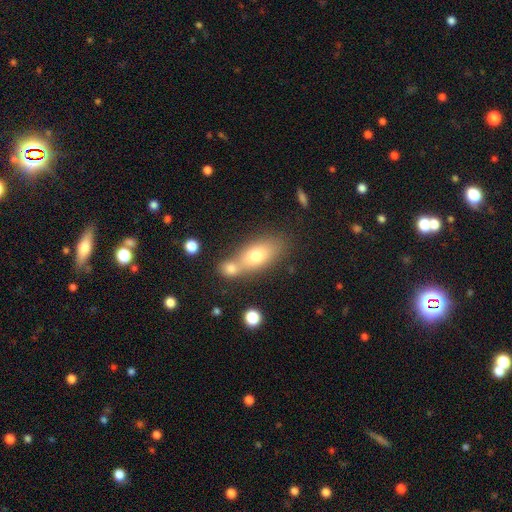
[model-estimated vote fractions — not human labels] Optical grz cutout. It shows a smooth galaxy with no disk features (69%) that is in between round and cigar-shaped (77%). Merging: none (43%).